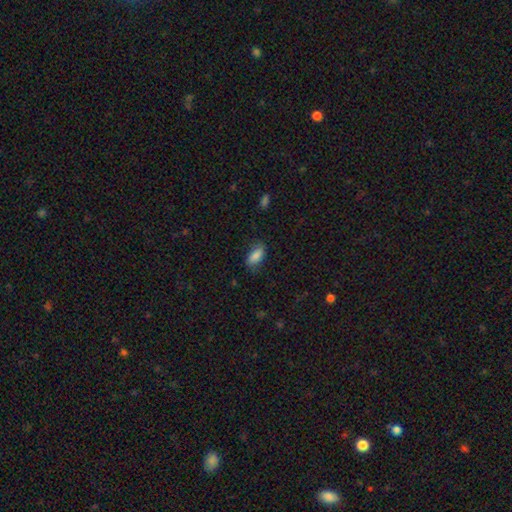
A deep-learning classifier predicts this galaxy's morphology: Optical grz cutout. It shows a smooth galaxy with no disk features (85%) that is in between round and cigar-shaped (87%). Merging: none (75%).